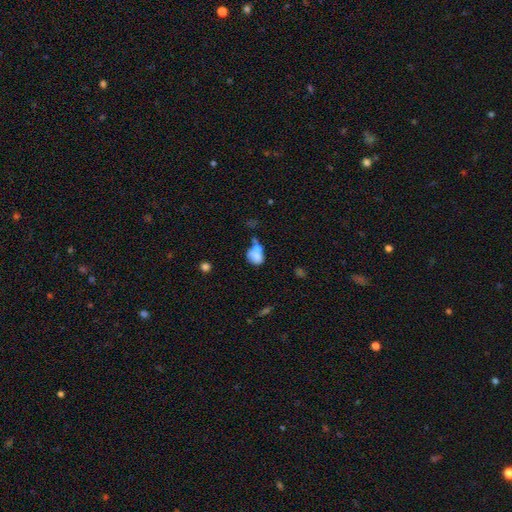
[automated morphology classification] Smooth or featured?
  - smooth: 66% *
  - featured or disk: 24%
  - star or artifact: 10%
How rounded?
  - in between: 64% *
  - round: 34%
  - cigar-shaped: 2%
Merging?
  - merger: 49% *
  - none: 24%
  - minor disturbance: 14%
  - major disturbance: 12%